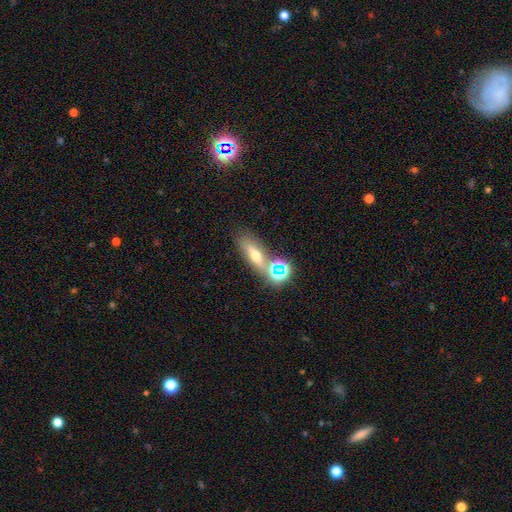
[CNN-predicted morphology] A smooth galaxy with no disk features (46%). Merging: none (59%).